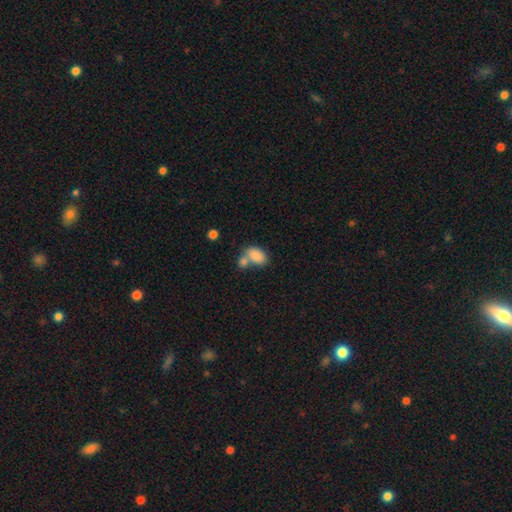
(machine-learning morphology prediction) smooth-or-featured: smooth: 84% | star or artifact: 8% | featured or disk: 8%
  how-rounded: in between: 89% | round: 10% | cigar-shaped: 1%
  merging: merger: 46% | none: 37% | minor disturbance: 12% | major disturbance: 5%